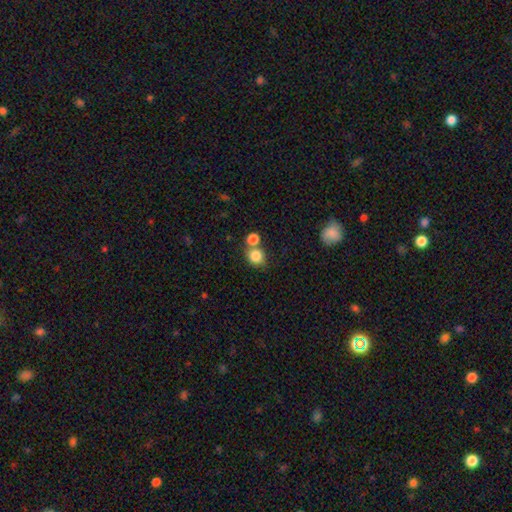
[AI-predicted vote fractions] Morphology: type=smooth (83%); roundness=round (75%); merging=none (54%).